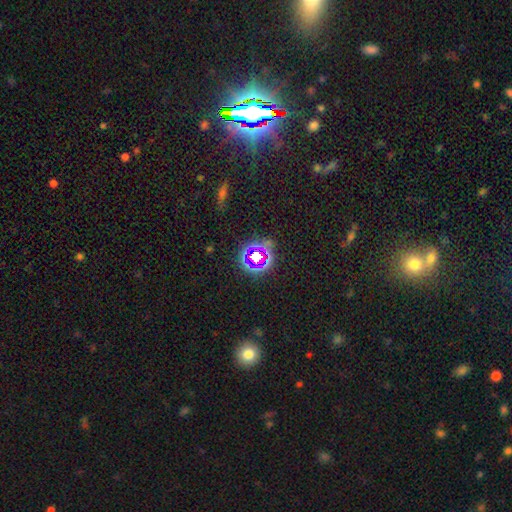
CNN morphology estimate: Smooth or featured? Predicted: star or artifact (p=0.66).